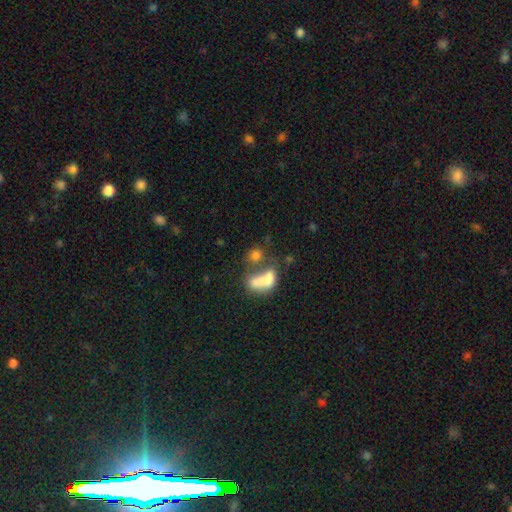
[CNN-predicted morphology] A smooth galaxy with no disk features (66%) that is in between round and cigar-shaped (61%). Merging: merger (55%).